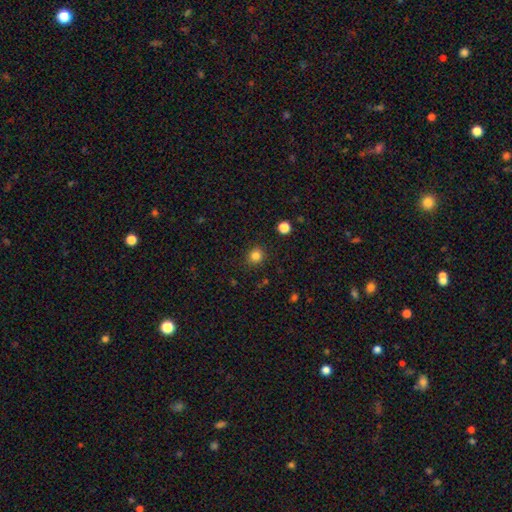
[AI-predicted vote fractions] A smooth galaxy with no disk features (83%) that is round (86%). Merging: none (89%).